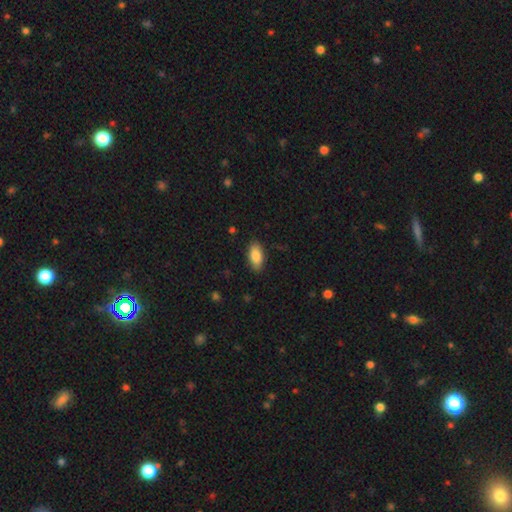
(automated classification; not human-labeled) smooth_or_featured: smooth (p=0.85) [alt: featured or disk p=0.08]
how_rounded: in between (p=0.90) [alt: cigar-shaped p=0.07]
merging: none (p=0.86) [alt: minor disturbance p=0.10]